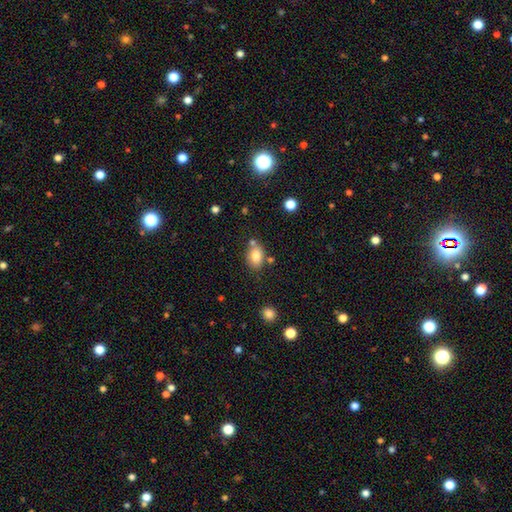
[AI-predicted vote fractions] The model was most divided on "how rounded": in between: 75%, round: 24%, cigar-shaped: 1%. More confident: smooth or featured — smooth (81%); merging — none (68%).